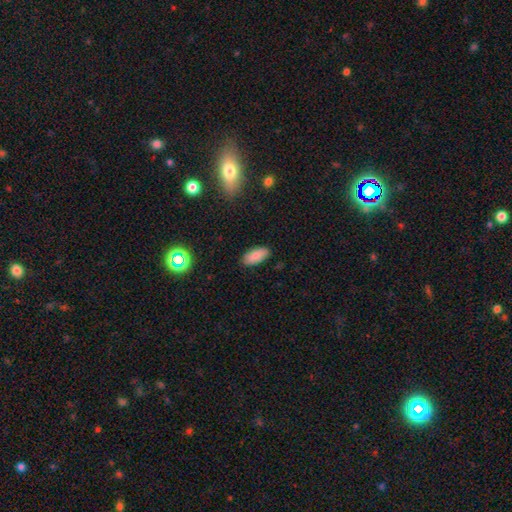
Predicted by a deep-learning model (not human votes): smooth_or_featured: smooth (p=0.85) [alt: star or artifact p=0.08]
how_rounded: in between (p=0.89) [alt: cigar-shaped p=0.09]
merging: none (p=0.87) [alt: minor disturbance p=0.10]